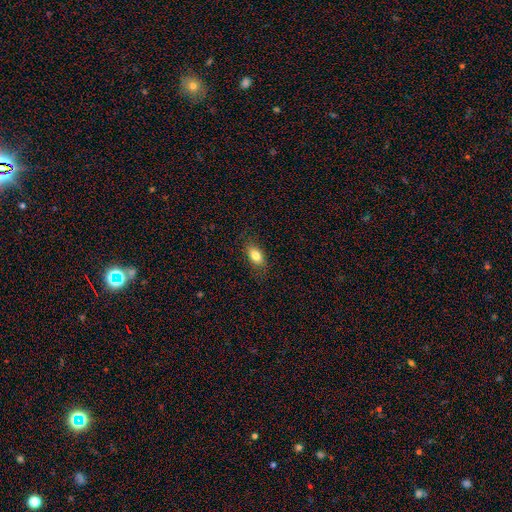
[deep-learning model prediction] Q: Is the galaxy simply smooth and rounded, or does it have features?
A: smooth — 81%.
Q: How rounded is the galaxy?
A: in between — 87%.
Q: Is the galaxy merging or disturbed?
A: none — 83%.